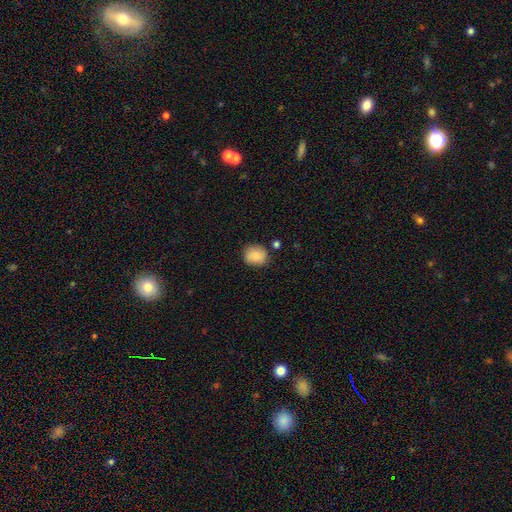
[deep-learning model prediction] Overall: smooth (85%). How rounded: round (74%). Merging: none (76%).